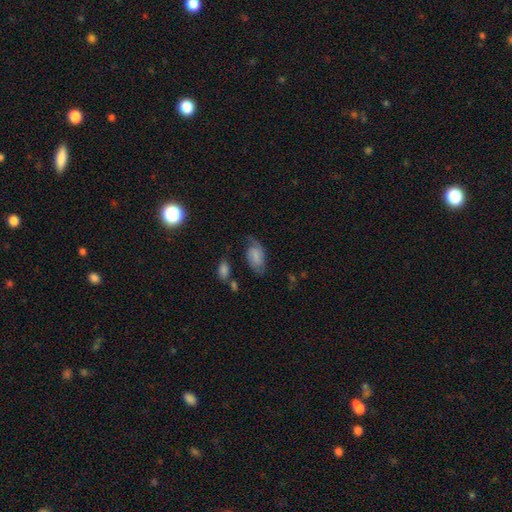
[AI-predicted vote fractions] The model was most divided on "smooth or featured": smooth: 51%, featured or disk: 41%, star or artifact: 9%. More confident: how rounded — in between (91%); merging — none (55%).